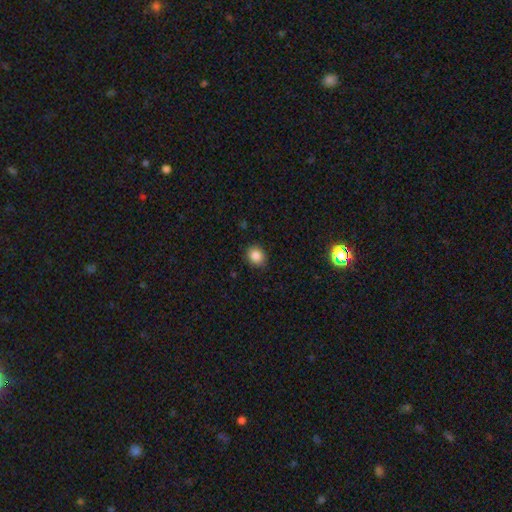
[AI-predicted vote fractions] Q: Smooth or featured?
A: smooth (86%); runner-up: star or artifact (10%)
Q: How rounded?
A: round (65%); runner-up: in between (34%)
Q: Merging?
A: none (89%); runner-up: minor disturbance (8%)